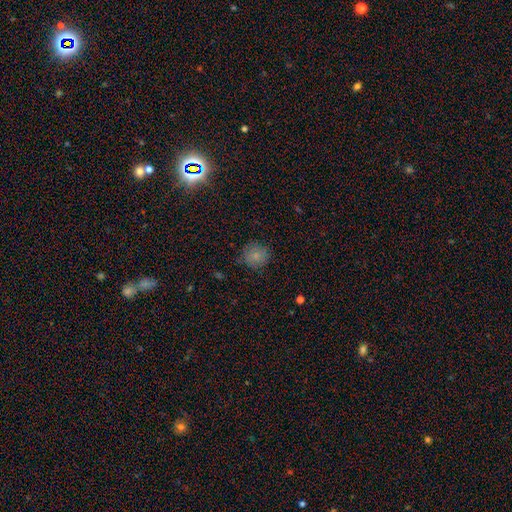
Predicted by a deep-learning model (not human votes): Smooth or featured? Predicted: smooth (p=0.82). How rounded? Predicted: round (p=0.87). Merging? Predicted: none (p=0.81).